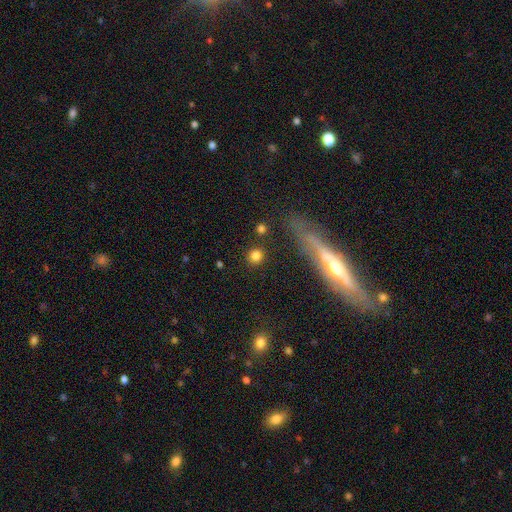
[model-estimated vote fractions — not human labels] smooth 80%, star or artifact 12%, featured or disk 7%. Down the decision tree: how rounded — round (91%); merging — none (87%).